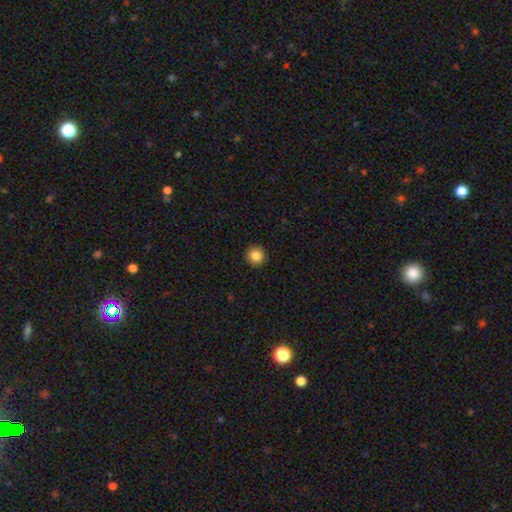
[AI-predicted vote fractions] Q: Smooth or featured?
A: smooth (85%); runner-up: star or artifact (10%)
Q: How rounded?
A: round (94%); runner-up: in between (5%)
Q: Merging?
A: none (93%); runner-up: minor disturbance (5%)